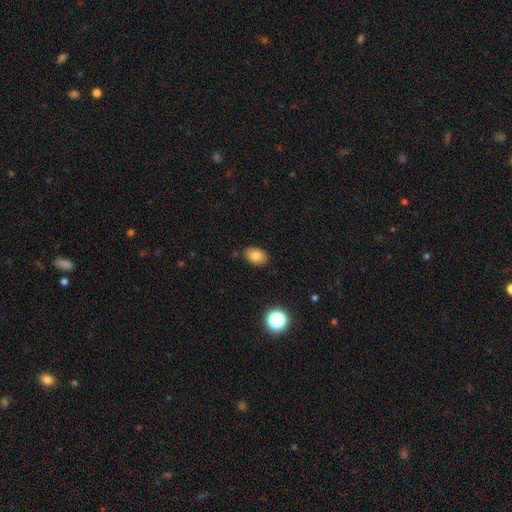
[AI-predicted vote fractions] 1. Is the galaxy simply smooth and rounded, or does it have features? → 81% smooth, 10% star or artifact, 9% featured or disk.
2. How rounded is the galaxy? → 77% in between, 22% round, 1% cigar-shaped.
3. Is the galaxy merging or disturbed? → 85% none, 11% minor disturbance, 2% major disturbance, 2% merger.